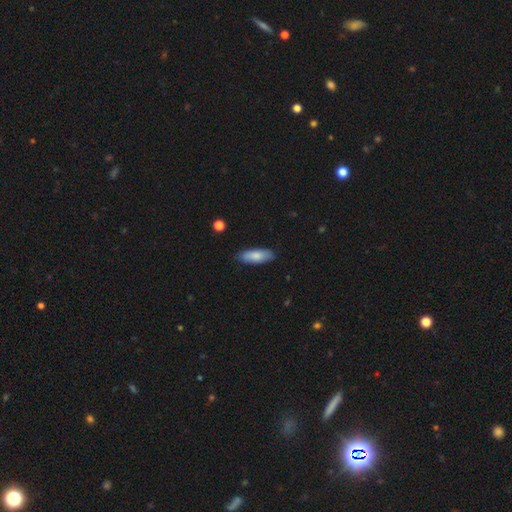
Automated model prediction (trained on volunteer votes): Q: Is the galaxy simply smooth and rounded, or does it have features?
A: smooth — 80%.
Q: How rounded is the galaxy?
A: in between — 68%.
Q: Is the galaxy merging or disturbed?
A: none — 85%.